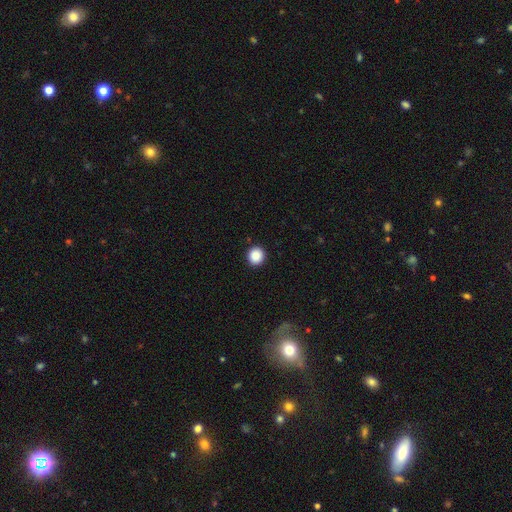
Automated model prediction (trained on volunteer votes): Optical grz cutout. It shows a smooth galaxy with no disk features (88%) that is round (92%). Merging: none (92%).